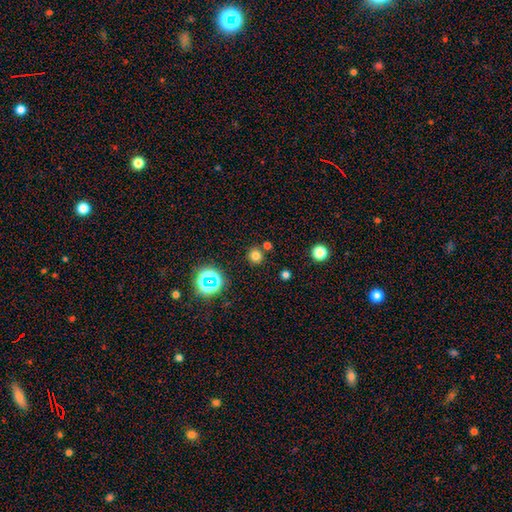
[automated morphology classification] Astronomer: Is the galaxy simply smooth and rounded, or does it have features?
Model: smooth — 72%.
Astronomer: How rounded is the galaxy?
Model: round — 92%.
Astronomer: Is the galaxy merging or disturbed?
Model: none — 81%.